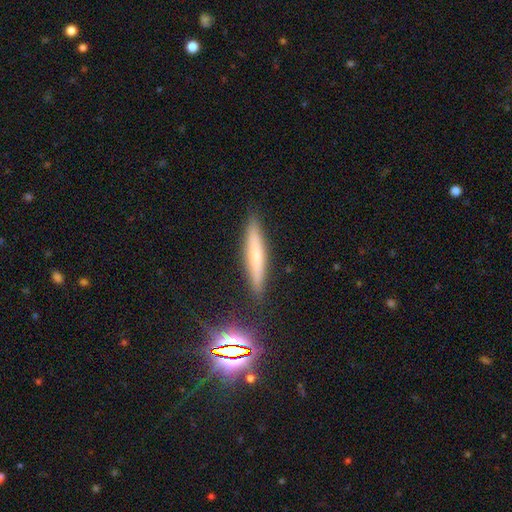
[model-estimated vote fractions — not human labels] Overall: smooth (55%; featured or disk 33%). How rounded: cigar-shaped (93%). Merging: none (89%).